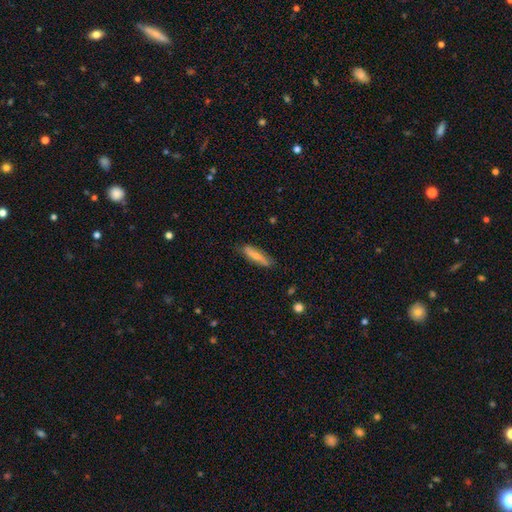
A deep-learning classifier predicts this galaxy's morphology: type=smooth (59%); roundness=cigar-shaped (70%); merging=none (80%).